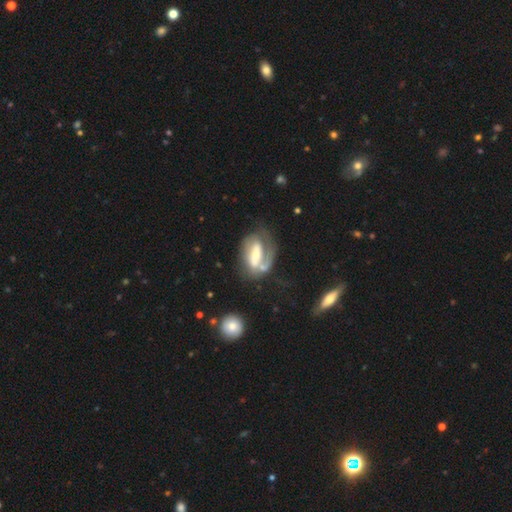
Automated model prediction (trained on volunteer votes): This is likely a featured or disk galaxy (72%). It is clearly not viewed edge-on (93%). Bar: possibly strong (52%). Spiral arm pattern: likely yes (78%). Spiral arm count: marginally 2 (44%). Spiral winding: marginally medium (39%). Central bulge: possibly moderate (47%). Merging: marginally none (44%).